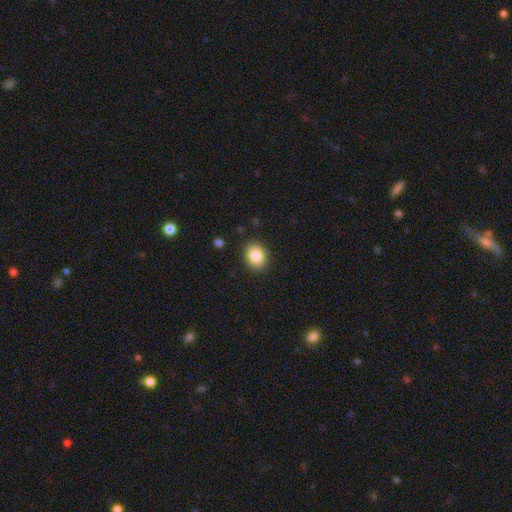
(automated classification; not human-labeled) smooth 85%, star or artifact 9%, featured or disk 6%. Down the decision tree: how rounded — round (53%); merging — none (89%).